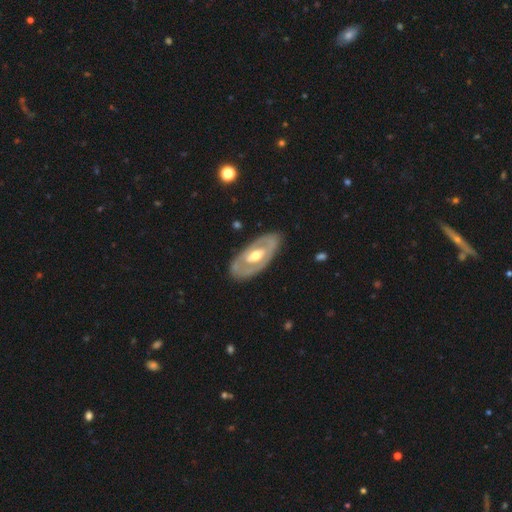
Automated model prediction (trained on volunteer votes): Morphology: type=featured or disk (68%); edge-on=no (88%); bar=no (58%); spiral arms=no (74%); bulge=moderate (71%); merging=none (82%).